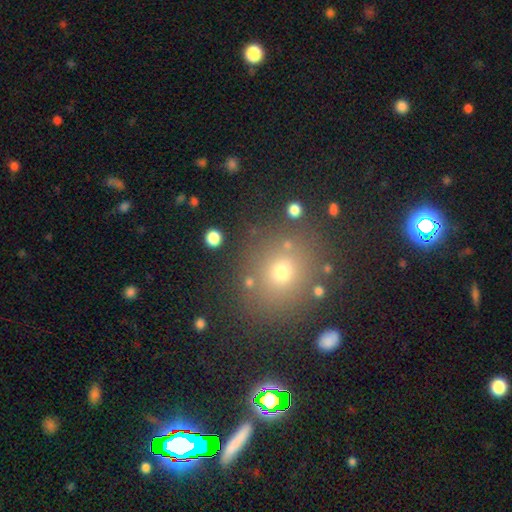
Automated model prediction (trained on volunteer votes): Smooth or featured?
  - smooth: 50% *
  - star or artifact: 38%
  - featured or disk: 12%
Merging?
  - none: 85% *
  - minor disturbance: 8%
  - merger: 4%
  - major disturbance: 3%